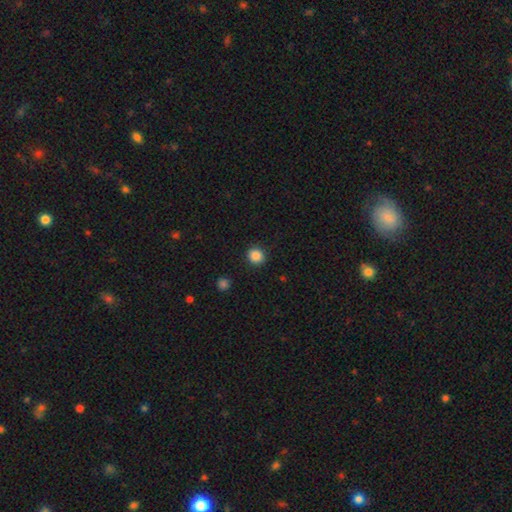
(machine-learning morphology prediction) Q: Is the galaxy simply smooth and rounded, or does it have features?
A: smooth — 86%.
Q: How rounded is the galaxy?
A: round — 90%.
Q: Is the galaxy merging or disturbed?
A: none — 90%.